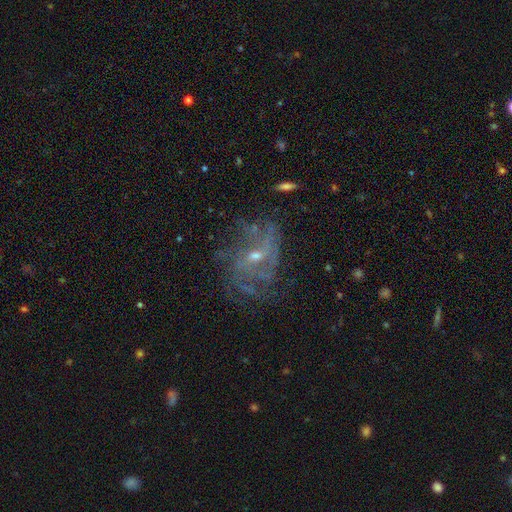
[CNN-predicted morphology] Smooth or featured? featured or disk (70%)
Edge-on disk? no (96%)
Bar? no (46%)
Spiral arms? yes (89%)
Spiral winding? medium (42%)
Spiral arm count? can't tell (33%)
Bulge size? small (62%)
Merging? none (71%)